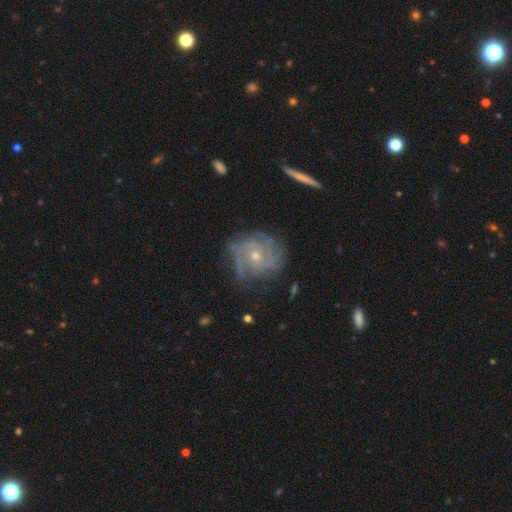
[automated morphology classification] This appears to be a featured or disk galaxy (81%) with no bar (78%), tight (61%) spiral arms (92%) and a small central bulge (51%). Merging: none (72%).